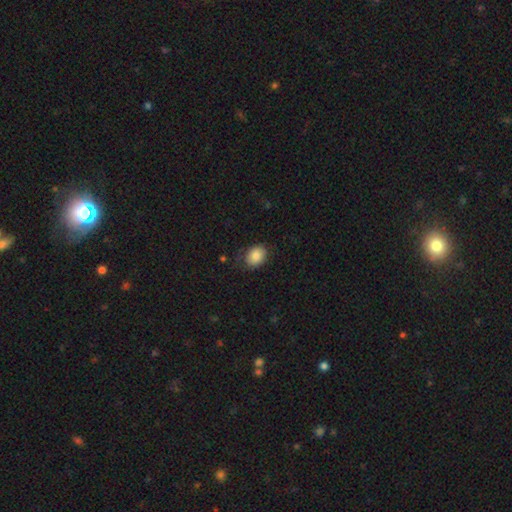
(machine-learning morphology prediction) Smooth or featured? Predicted: smooth (p=0.85). How rounded? Predicted: in between (p=0.66). Merging? Predicted: none (p=0.73).